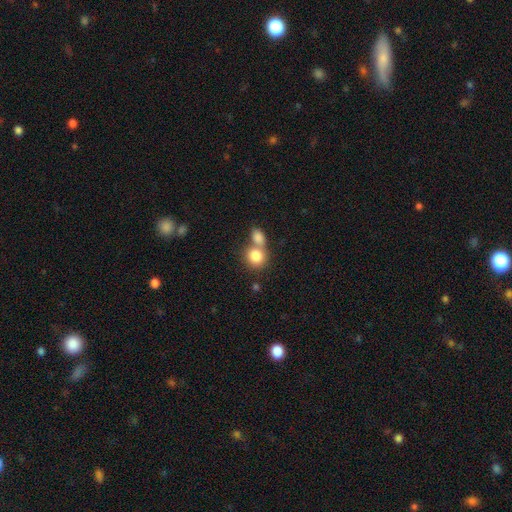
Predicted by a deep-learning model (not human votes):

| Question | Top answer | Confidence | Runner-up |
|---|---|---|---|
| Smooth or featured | smooth | 82% | featured or disk (9%) |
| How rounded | round | 73% | in between (26%) |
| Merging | merger | 53% | none (36%) |